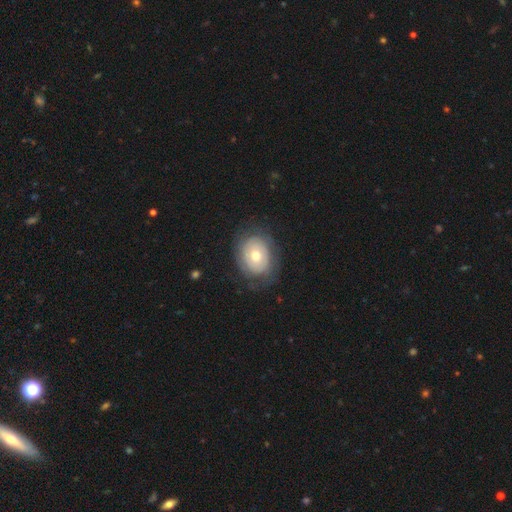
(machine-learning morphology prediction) A featured or disk galaxy (51%).

Vote fractions:
- Smooth or featured? featured or disk: 51% / smooth: 43% / star or artifact: 7%
- Edge-on disk? no: 96% / yes: 4%
- Merging? none: 73% / minor disturbance: 18% / major disturbance: 8% / merger: 1%